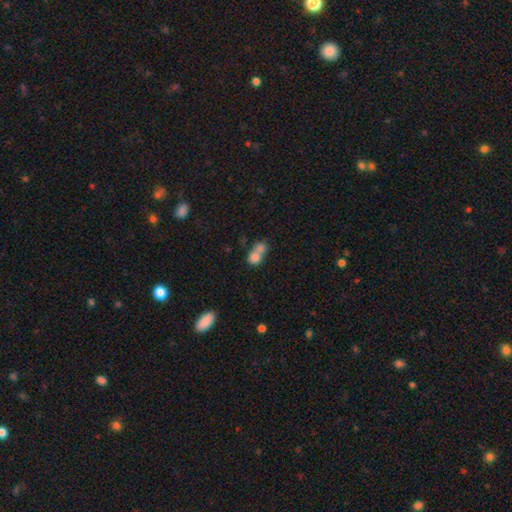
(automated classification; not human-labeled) A smooth galaxy with no disk features (77%) that is round (61%).

Vote fractions:
- Smooth or featured? smooth: 77% / featured or disk: 13% / star or artifact: 10%
- How rounded? round: 61% / in between: 37% / cigar-shaped: 2%
- Merging? merger: 71% / none: 20% / minor disturbance: 5% / major disturbance: 4%